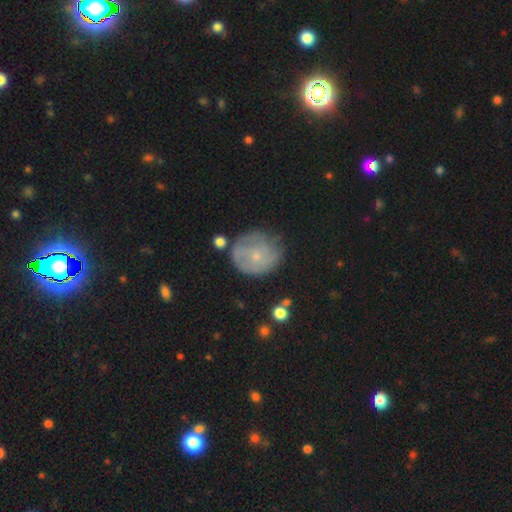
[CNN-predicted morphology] This is possibly a featured or disk galaxy (49%). Merging: likely none (60%).